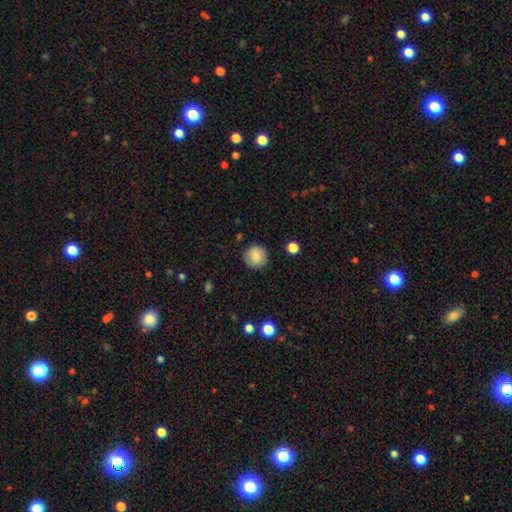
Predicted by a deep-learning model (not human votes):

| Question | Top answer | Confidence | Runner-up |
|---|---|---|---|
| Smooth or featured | smooth | 82% | featured or disk (10%) |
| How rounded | round | 93% | in between (6%) |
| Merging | none | 89% | minor disturbance (8%) |